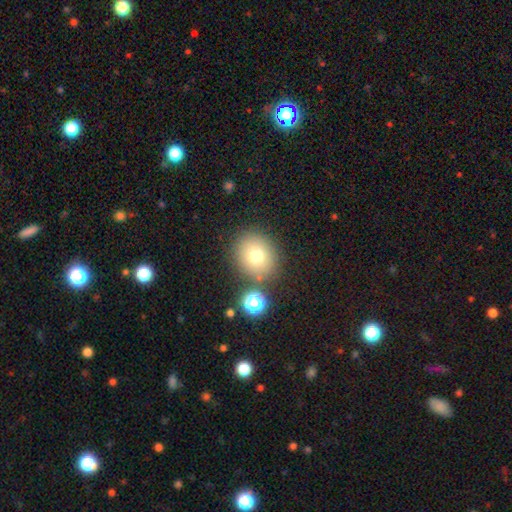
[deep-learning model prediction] Smooth or featured?
  - smooth: 73% *
  - star or artifact: 14%
  - featured or disk: 12%
How rounded?
  - round: 79% *
  - in between: 20%
  - cigar-shaped: 1%
Merging?
  - none: 80% *
  - minor disturbance: 9%
  - merger: 8%
  - major disturbance: 4%